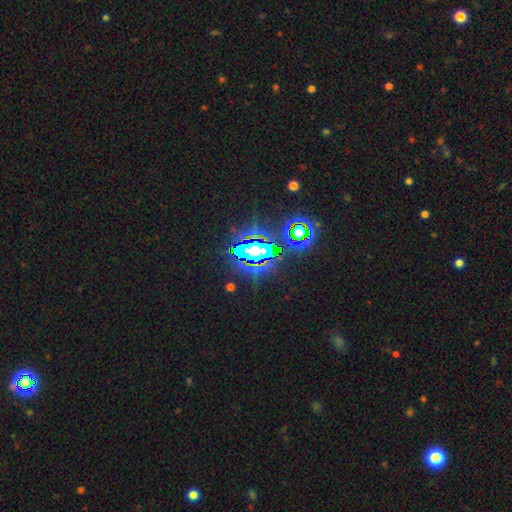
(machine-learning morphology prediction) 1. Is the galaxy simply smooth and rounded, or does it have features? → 83% star or artifact, 10% smooth, 7% featured or disk.